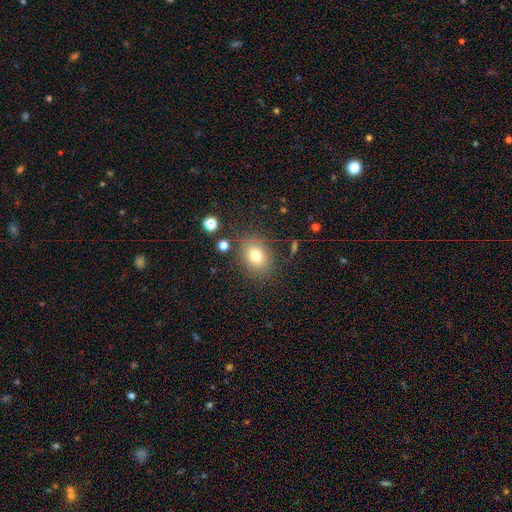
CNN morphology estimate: smooth_or_featured: smooth (p=0.76) [alt: star or artifact p=0.13]
how_rounded: round (p=0.51) [alt: in between p=0.48]
merging: none (p=0.81) [alt: minor disturbance p=0.11]